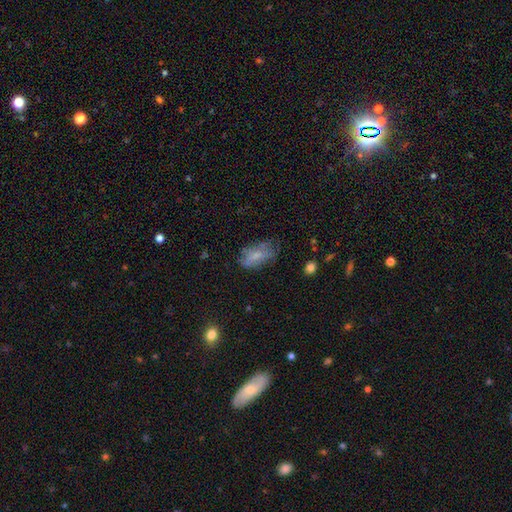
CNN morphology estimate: This appears to be a smooth galaxy with no disk features (61%) that is in between round and cigar-shaped (90%). Merging: none (54%).